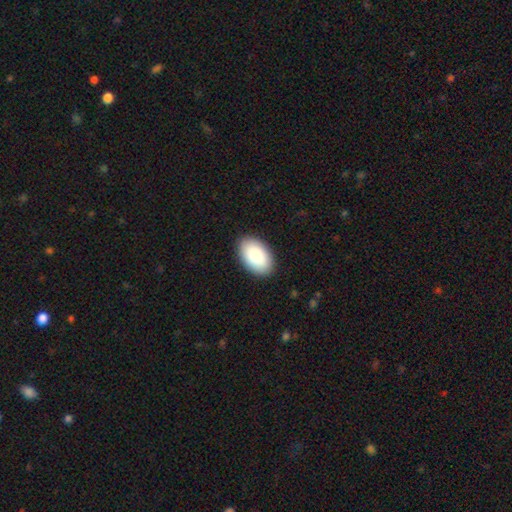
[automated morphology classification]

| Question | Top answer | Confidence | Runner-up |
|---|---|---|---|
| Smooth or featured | smooth | 89% | star or artifact (6%) |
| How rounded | in between | 94% | round (5%) |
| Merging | none | 89% | minor disturbance (8%) |